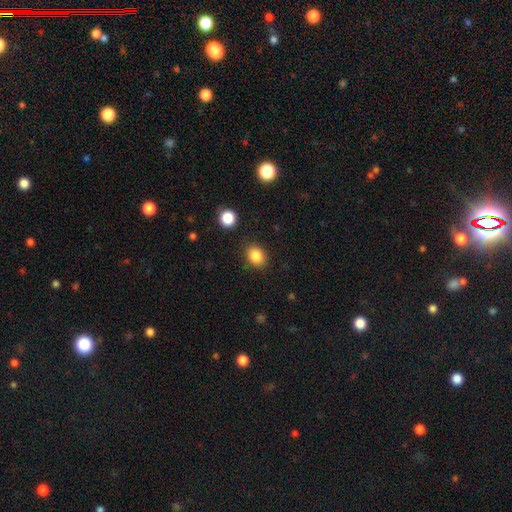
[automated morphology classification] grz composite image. It shows a smooth galaxy with no disk features (85%) that is in between round and cigar-shaped (54%). Merging: none (87%).